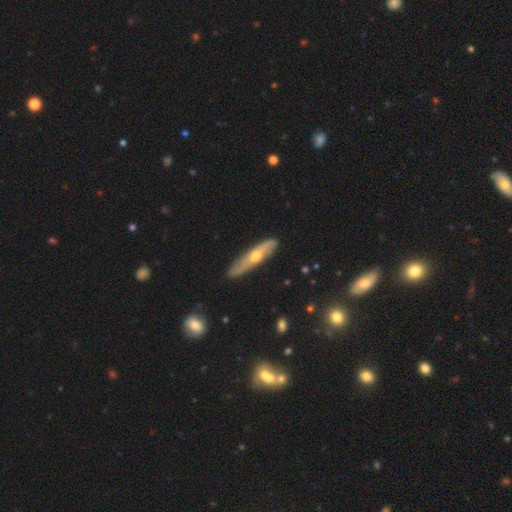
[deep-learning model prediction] A featured or disk galaxy (61%) viewed edge-on (71%).

Vote fractions:
- Smooth or featured? featured or disk: 61% / smooth: 33% / star or artifact: 6%
- Edge-on disk? yes: 71% / no: 29%
- Merging? none: 83% / minor disturbance: 13% / major disturbance: 2% / merger: 1%